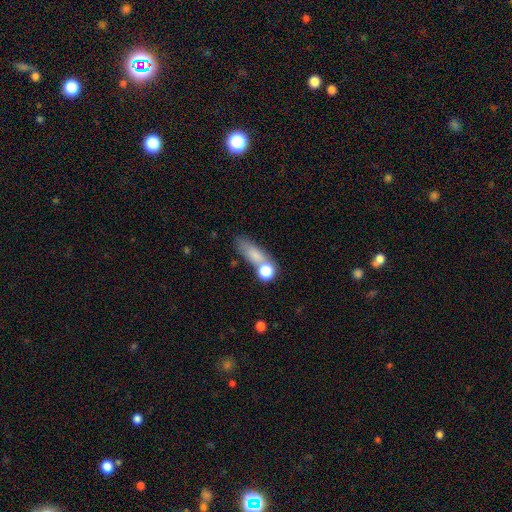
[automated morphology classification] This is likely a smooth galaxy (73%). How rounded: possibly in between (52%). Merging: possibly none (48%).